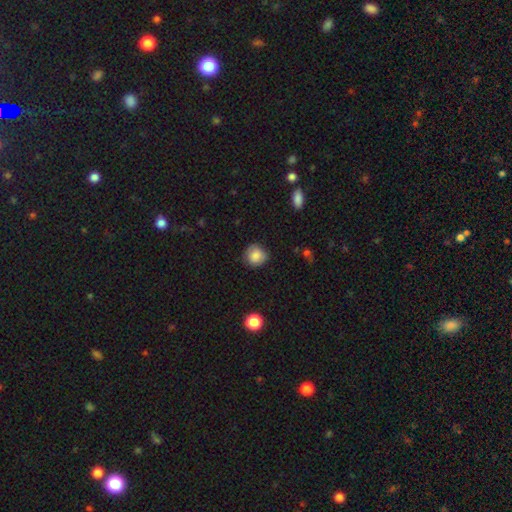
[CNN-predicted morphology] smooth_or_featured: smooth (p=0.83) [alt: star or artifact p=0.09]
how_rounded: round (p=0.87) [alt: in between p=0.12]
merging: none (p=0.79) [alt: minor disturbance p=0.17]